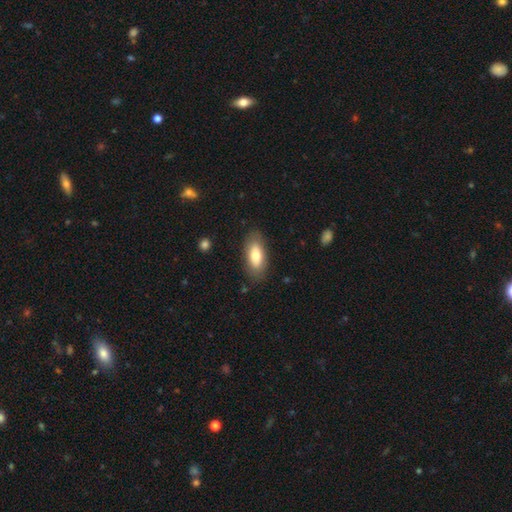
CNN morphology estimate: Smooth or featured: smooth — 74% (featured or disk — 20%)
How rounded: in between — 86% (cigar-shaped — 11%)
Merging: none — 84% (minor disturbance — 11%)